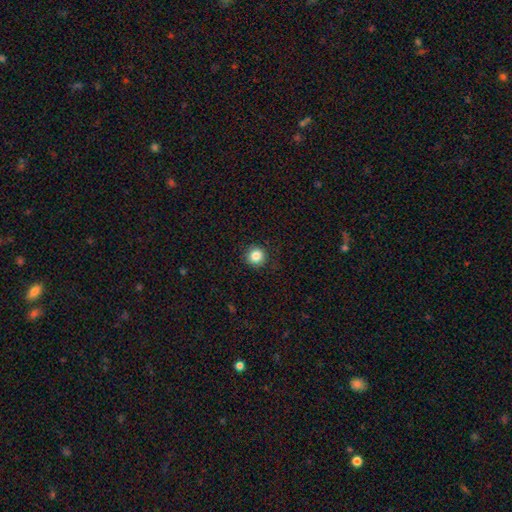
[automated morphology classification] smooth_or_featured: smooth (p=0.85) [alt: star or artifact p=0.11]
how_rounded: round (p=0.94) [alt: in between p=0.05]
merging: none (p=0.90) [alt: minor disturbance p=0.07]